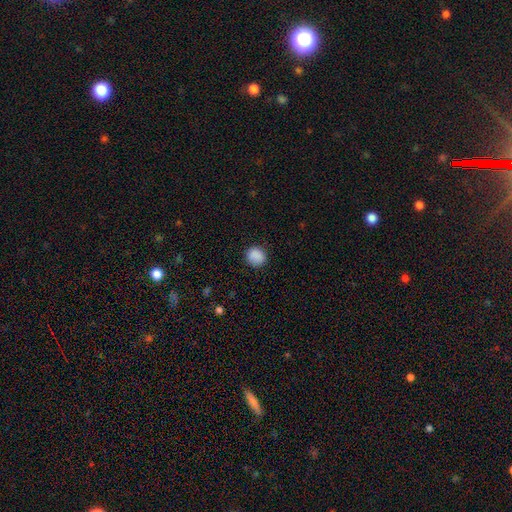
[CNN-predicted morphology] A smooth galaxy with no disk features (89%) that is round (83%).

Vote fractions:
- Smooth or featured? smooth: 89% / star or artifact: 9% / featured or disk: 3%
- How rounded? round: 83% / in between: 16% / cigar-shaped: 1%
- Merging? none: 88% / minor disturbance: 9% / major disturbance: 3% / merger: 1%